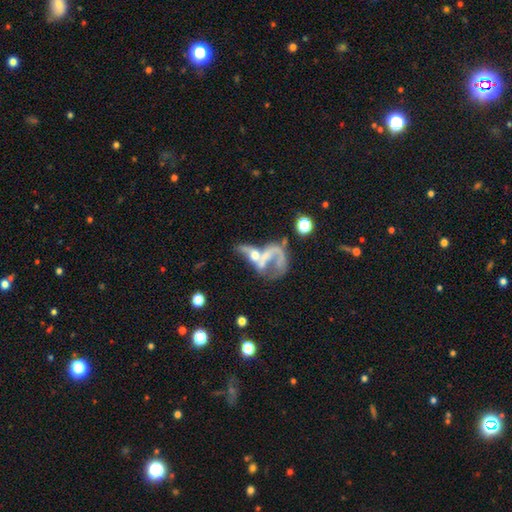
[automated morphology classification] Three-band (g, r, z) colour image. It shows a featured or disk galaxy (62%) with no bar (77%), no spiral arms (66%) and no central bulge (37%). Merging: merger (49%).